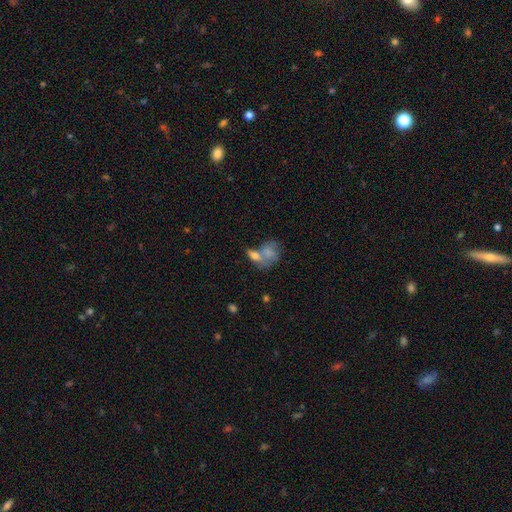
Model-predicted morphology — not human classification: The model was most divided on "merging": merger: 50%, none: 26%, minor disturbance: 13%, major disturbance: 11%. More confident: how rounded — in between (76%); smooth or featured — smooth (62%).